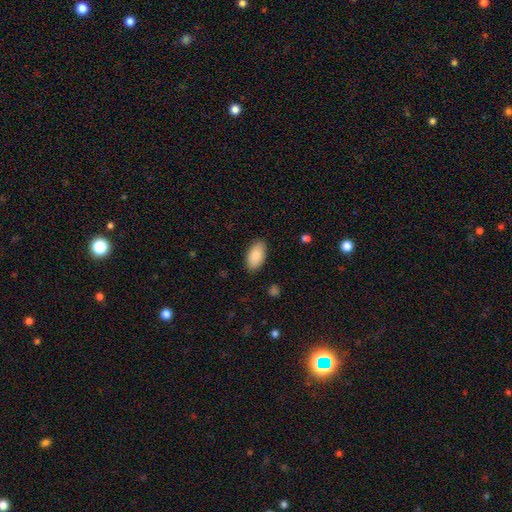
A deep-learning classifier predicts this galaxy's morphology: This appears to be a smooth galaxy with no disk features (88%) that is in between round and cigar-shaped (95%). Merging: none (87%).